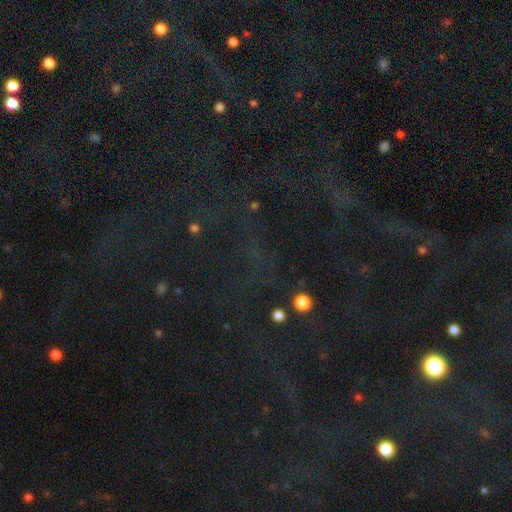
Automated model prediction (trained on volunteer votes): Smooth or featured? star or artifact (77%)